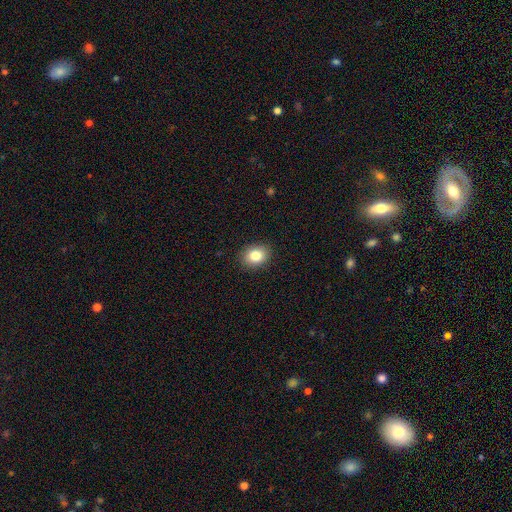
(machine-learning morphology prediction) smooth_or_featured: smooth (p=0.84) [alt: star or artifact p=0.09]
how_rounded: in between (p=0.56) [alt: round p=0.43]
merging: none (p=0.89) [alt: minor disturbance p=0.08]